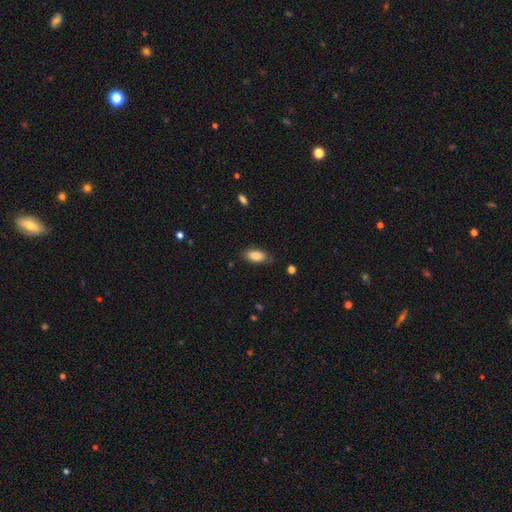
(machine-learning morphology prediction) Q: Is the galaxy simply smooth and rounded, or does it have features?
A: smooth — 85%.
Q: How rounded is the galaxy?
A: in between — 91%.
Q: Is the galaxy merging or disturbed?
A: none — 80%.